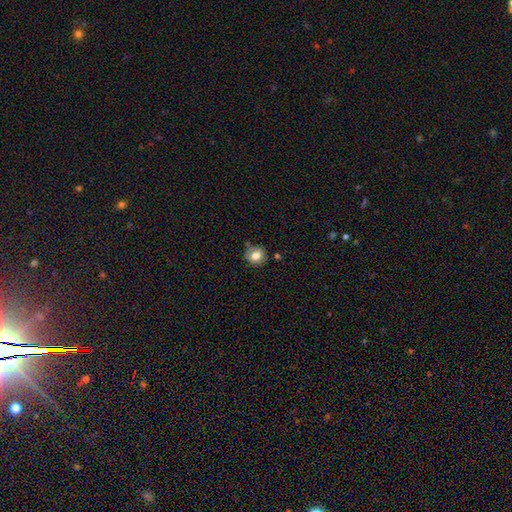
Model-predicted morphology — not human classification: The model was most divided on "merging": none: 74%, minor disturbance: 17%, merger: 5%, major disturbance: 4%. More confident: how rounded — round (78%); smooth or featured — smooth (77%).